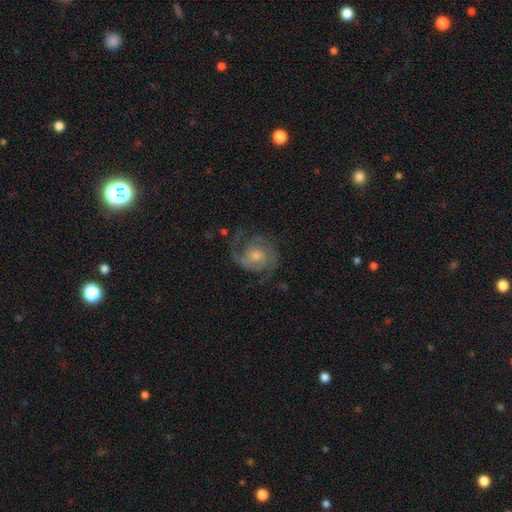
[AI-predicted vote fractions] Q: Smooth or featured?
A: featured or disk (84%); runner-up: smooth (9%)
Q: Edge-on disk?
A: no (98%); runner-up: yes (2%)
Q: Bar?
A: no (67%); runner-up: weak (28%)
Q: Spiral arms?
A: yes (96%); runner-up: no (4%)
Q: Spiral winding?
A: medium (44%); tied with: tight (44%)
Q: Spiral arm count?
A: 2 (49%); runner-up: 3 (24%)
Q: Bulge size?
A: moderate (56%); runner-up: small (34%)
Q: Merging?
A: none (71%); runner-up: minor disturbance (17%)